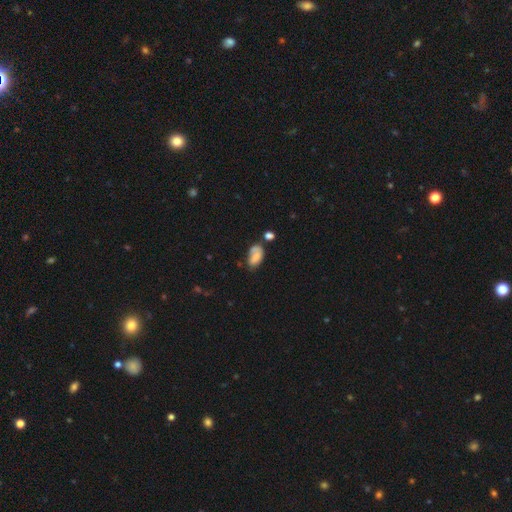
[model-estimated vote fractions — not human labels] smooth_or_featured: smooth (p=0.72) [alt: featured or disk p=0.19]
how_rounded: in between (p=0.92) [alt: round p=0.05]
merging: none (p=0.42) [alt: minor disturbance p=0.30]